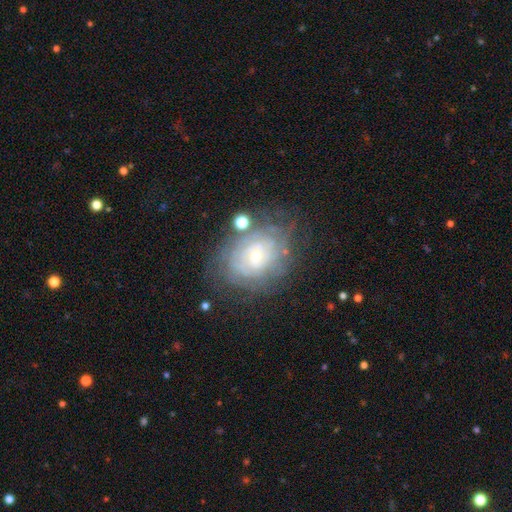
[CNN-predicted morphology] smooth-or-featured: featured or disk: 75% | smooth: 16% | star or artifact: 8%
  disk-edge-on: no: 97% | yes: 3%
    bar: no: 64% | weak: 30% | strong: 6%
    has-spiral-arms: yes: 84% | no: 16%
      spiral-winding: tight: 76% | medium: 18% | loose: 6%
      spiral-arm-count: can't tell: 60% | 4: 10% | 2: 10% | 3: 8% | more than 4: 8% | 1: 4%
    bulge-size: small: 68% | moderate: 26% | large: 2% | none: 2% | dominant: 1%
  merging: none: 67% | minor disturbance: 19% | major disturbance: 10% | merger: 4%